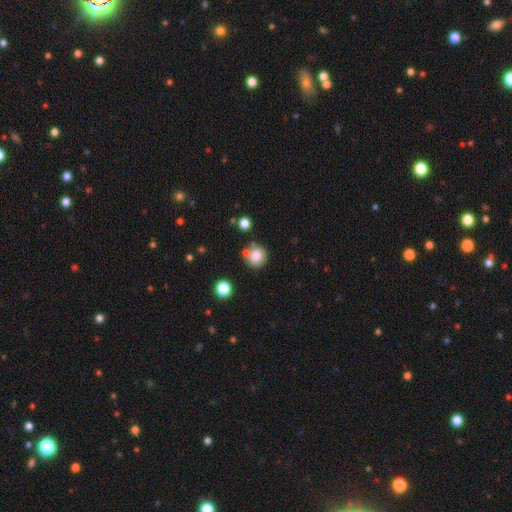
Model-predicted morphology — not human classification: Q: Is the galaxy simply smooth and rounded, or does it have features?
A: smooth — 79%.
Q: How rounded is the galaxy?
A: round — 88%.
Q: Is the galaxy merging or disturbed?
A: none — 67%.